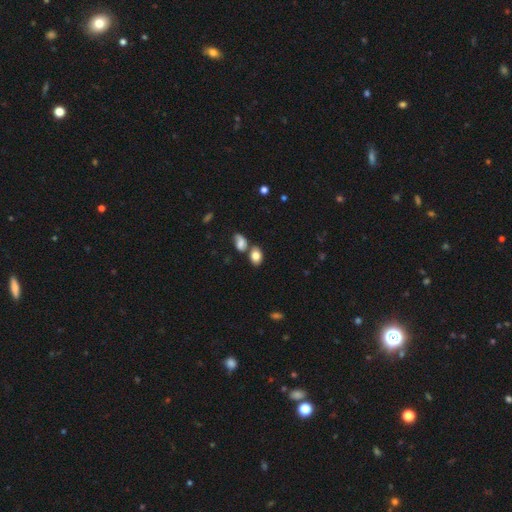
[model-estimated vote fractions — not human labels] A smooth galaxy with no disk features (81%) that is in between round and cigar-shaped (77%).

Vote fractions:
- Smooth or featured? smooth: 81% / featured or disk: 10% / star or artifact: 9%
- How rounded? in between: 77% / round: 21% / cigar-shaped: 2%
- Merging? none: 56% / merger: 27% / minor disturbance: 13% / major disturbance: 4%